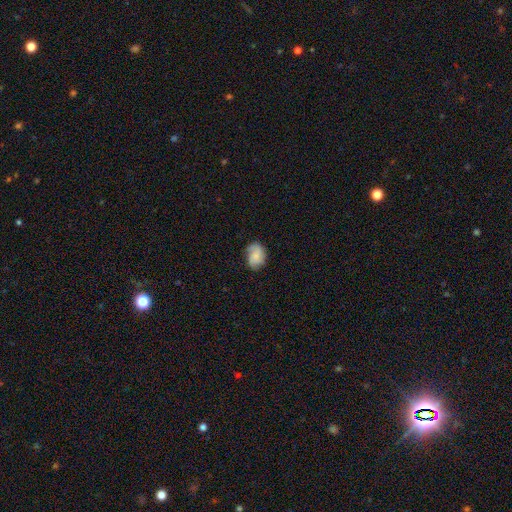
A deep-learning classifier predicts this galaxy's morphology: Smooth or featured? smooth (60%)
How rounded? in between (68%)
Merging? none (60%)